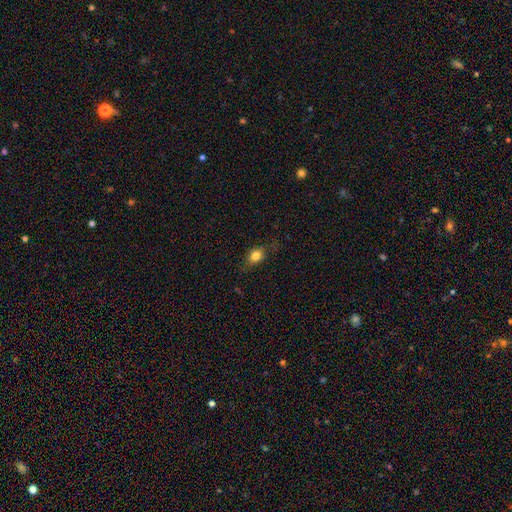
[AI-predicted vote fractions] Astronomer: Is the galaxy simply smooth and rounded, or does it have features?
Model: smooth — 78%.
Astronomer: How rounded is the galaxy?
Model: in between — 61%.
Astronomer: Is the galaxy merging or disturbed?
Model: none — 71%.